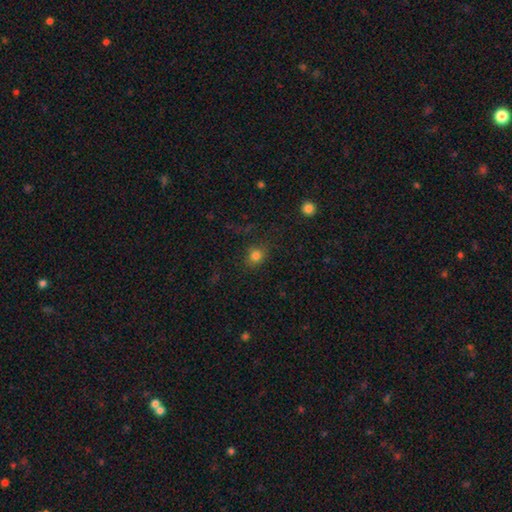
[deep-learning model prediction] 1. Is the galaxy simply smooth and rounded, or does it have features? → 78% smooth, 16% star or artifact, 6% featured or disk.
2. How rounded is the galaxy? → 80% round, 19% in between, 1% cigar-shaped.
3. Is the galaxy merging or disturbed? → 80% none, 13% minor disturbance, 5% major disturbance, 2% merger.